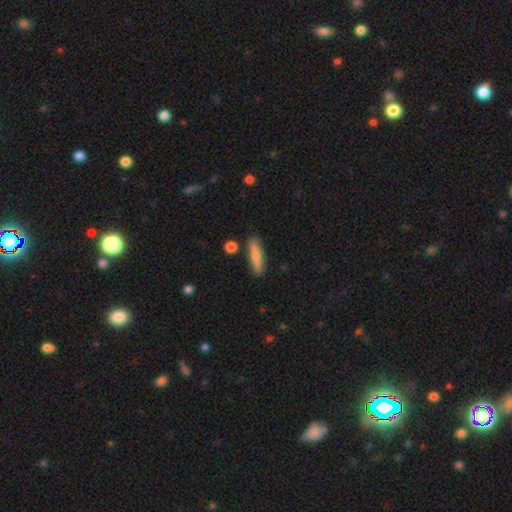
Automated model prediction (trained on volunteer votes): This is likely a smooth galaxy (76%). How rounded: likely cigar-shaped (78%). Merging: clearly none (84%).